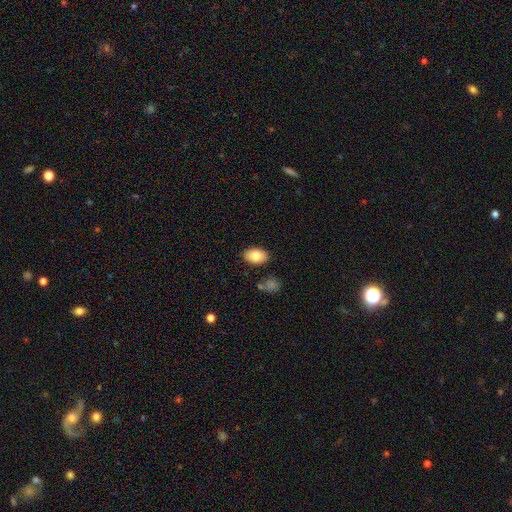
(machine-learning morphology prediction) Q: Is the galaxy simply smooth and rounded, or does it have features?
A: smooth — 80%.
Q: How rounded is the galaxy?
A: in between — 90%.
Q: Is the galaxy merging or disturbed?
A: none — 84%.